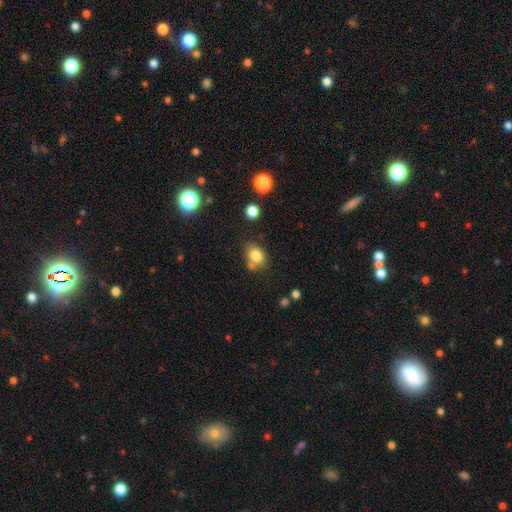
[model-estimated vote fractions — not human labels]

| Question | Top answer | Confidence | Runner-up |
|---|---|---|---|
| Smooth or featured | smooth | 81% | star or artifact (11%) |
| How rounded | in between | 58% | round (40%) |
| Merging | none | 62% | merger (17%) |